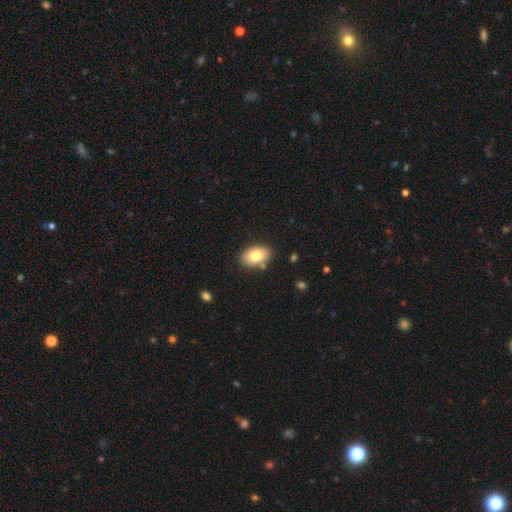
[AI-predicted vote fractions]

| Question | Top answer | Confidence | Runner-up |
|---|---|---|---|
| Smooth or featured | smooth | 81% | featured or disk (12%) |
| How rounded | in between | 92% | round (7%) |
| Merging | none | 83% | minor disturbance (11%) |